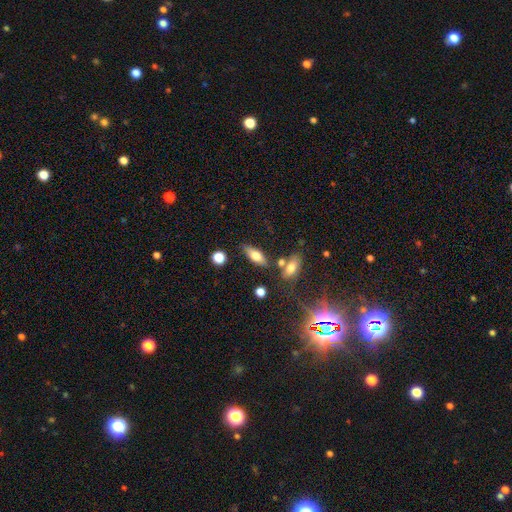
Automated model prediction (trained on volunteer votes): Smooth or featured: smooth — 64% (featured or disk — 28%)
How rounded: in between — 70% (cigar-shaped — 26%)
Merging: none — 72% (minor disturbance — 14%)